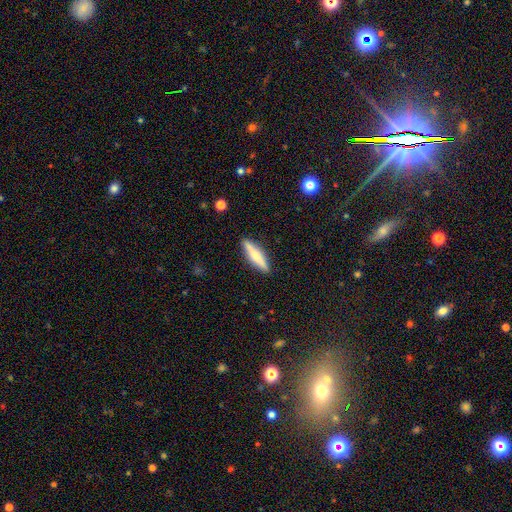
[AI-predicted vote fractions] This is likely a smooth galaxy (61%). How rounded: clearly cigar-shaped (80%). Merging: clearly none (89%).